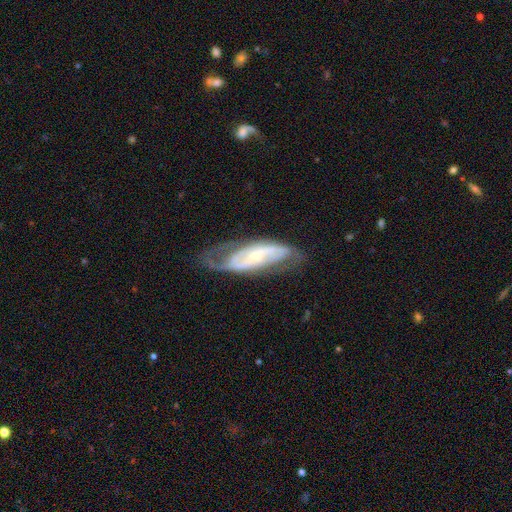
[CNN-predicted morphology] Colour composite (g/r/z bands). It shows a featured or disk galaxy (81%) with a weak bar (36%), 2 (72%) medium (42%) spiral arms (90%) and a small central bulge (65%). Merging: none (57%).